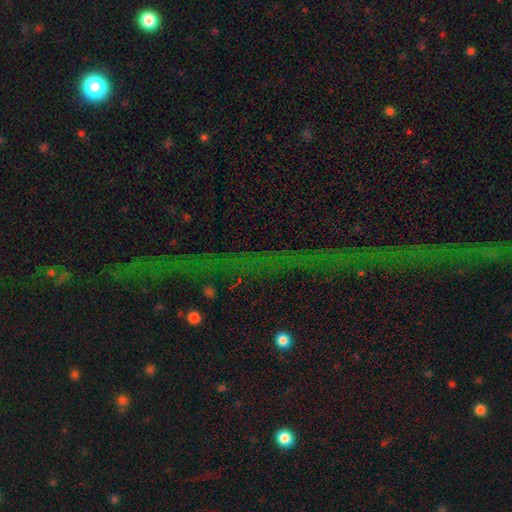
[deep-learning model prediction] Smooth or featured? star or artifact (76%)